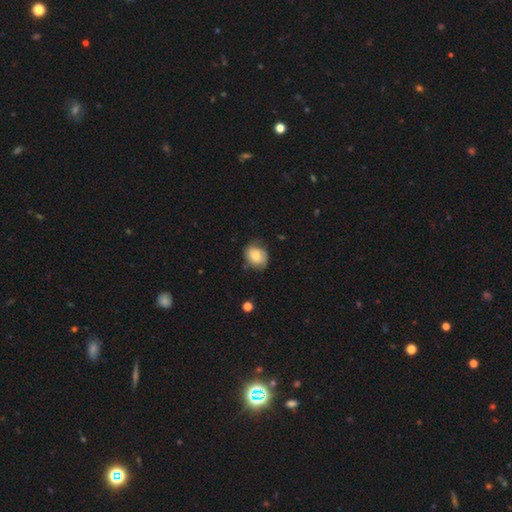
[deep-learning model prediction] Smooth or featured: smooth — 68% (featured or disk — 24%)
How rounded: round — 57% (in between — 42%)
Merging: none — 62% (minor disturbance — 28%)